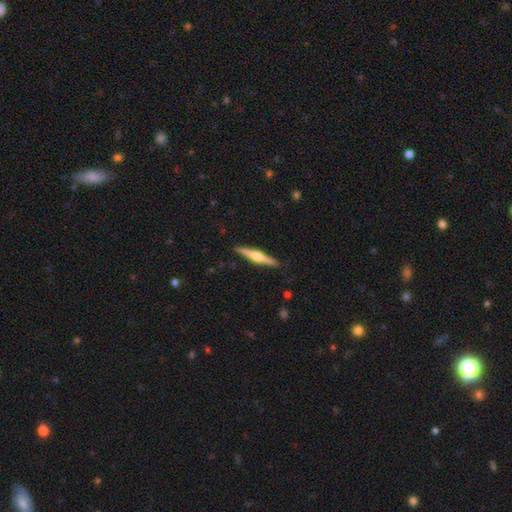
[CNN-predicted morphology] A featured or disk galaxy (74%) viewed edge-on (98%) with a rounded central bulge (92%).

Vote fractions:
- Smooth or featured? featured or disk: 74% / smooth: 21% / star or artifact: 5%
- Edge-on disk? yes: 98% / no: 2%
- Edge-on bulge? rounded: 92% / boxy: 5% / none: 3%
- Merging? none: 91% / minor disturbance: 7% / major disturbance: 1% / merger: 1%